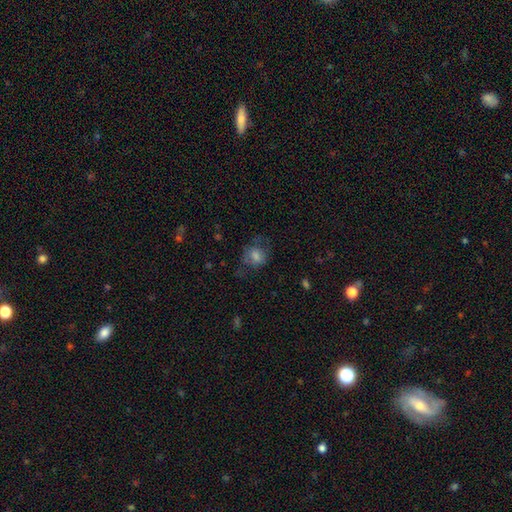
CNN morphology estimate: smooth-or-featured: smooth: 71% | featured or disk: 19% | star or artifact: 10%
  how-rounded: round: 59% | in between: 40% | cigar-shaped: 1%
  merging: none: 49% | minor disturbance: 25% | major disturbance: 24% | merger: 2%